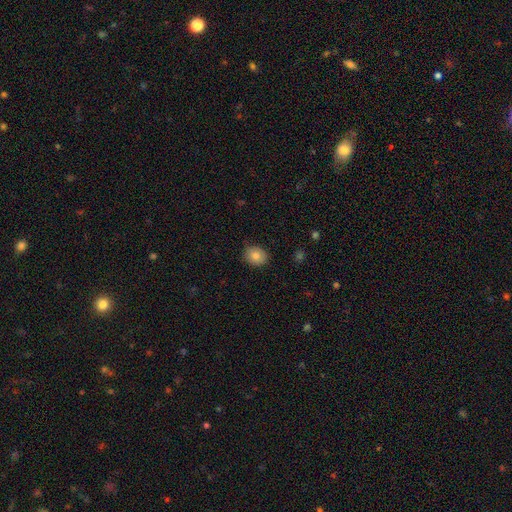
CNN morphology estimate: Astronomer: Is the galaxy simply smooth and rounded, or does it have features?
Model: smooth — 82%.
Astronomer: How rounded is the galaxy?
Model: round — 59% (runner-up: in between, 40%).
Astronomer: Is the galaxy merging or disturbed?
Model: none — 84%.